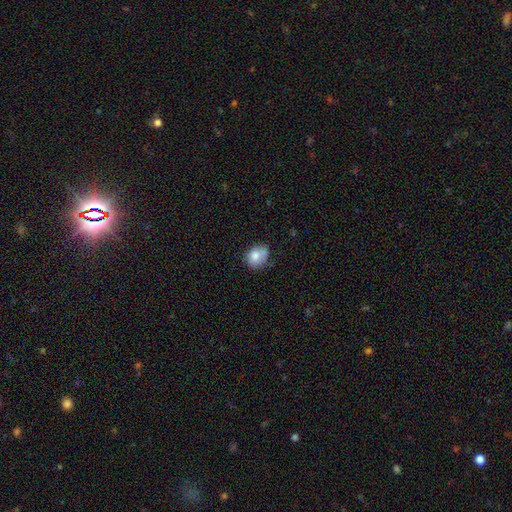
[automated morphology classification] A smooth galaxy with no disk features (76%) that is round (55%). Merging: none (48%).